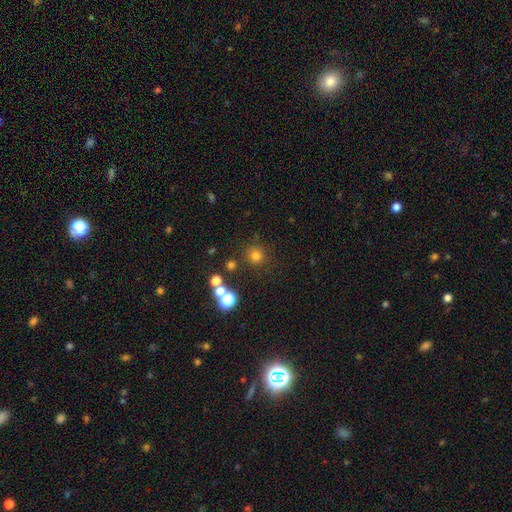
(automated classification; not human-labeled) Overall: smooth (74%). How rounded: round (94%). Merging: none (83%).